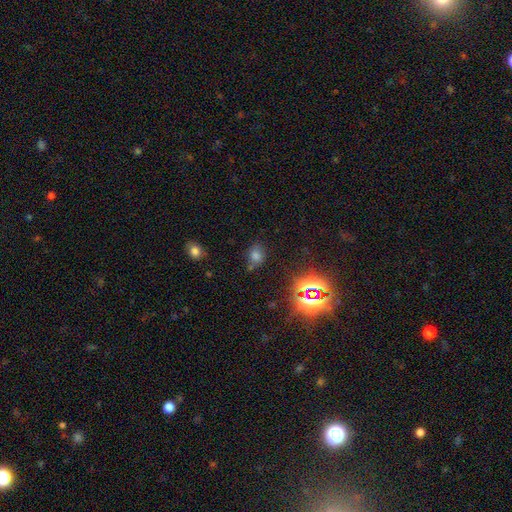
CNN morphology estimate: This appears to be a smooth galaxy with no disk features (55%) that is in between round and cigar-shaped (50%). Merging: none (70%).